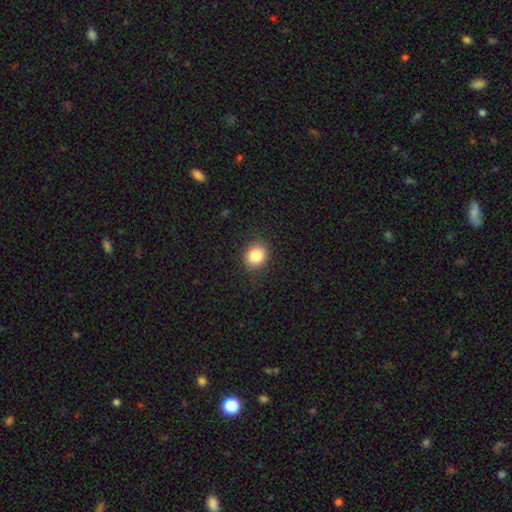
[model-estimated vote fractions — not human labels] A smooth galaxy with no disk features (86%) that is round (65%). Merging: none (87%).